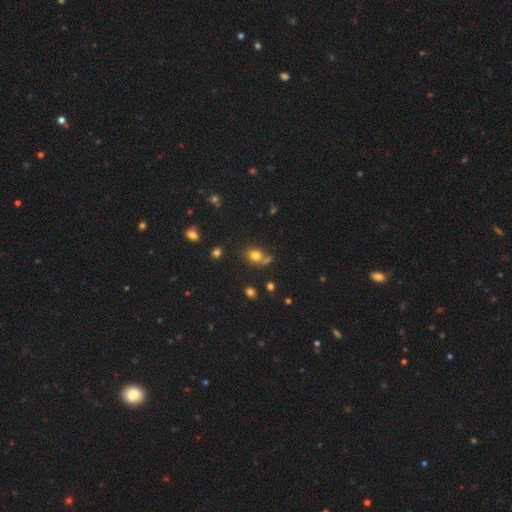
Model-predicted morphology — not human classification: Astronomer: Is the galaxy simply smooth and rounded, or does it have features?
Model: smooth — 76%.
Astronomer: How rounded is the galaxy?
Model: round — 54% (runner-up: in between, 45%).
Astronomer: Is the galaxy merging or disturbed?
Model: none — 58%.